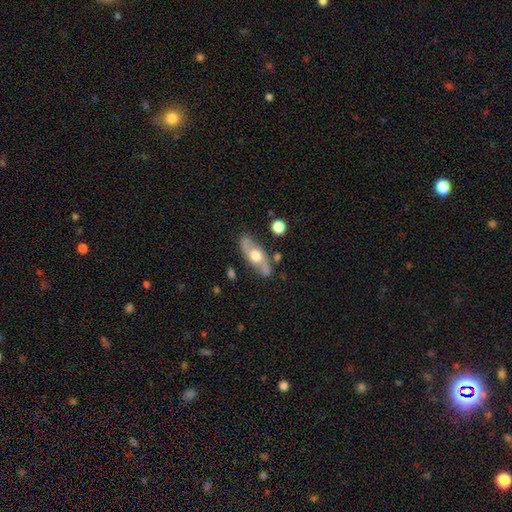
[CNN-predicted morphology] Smooth or featured? Predicted: featured or disk (p=0.56). Edge-on disk? Predicted: no (p=0.67). Merging? Predicted: none (p=0.77).